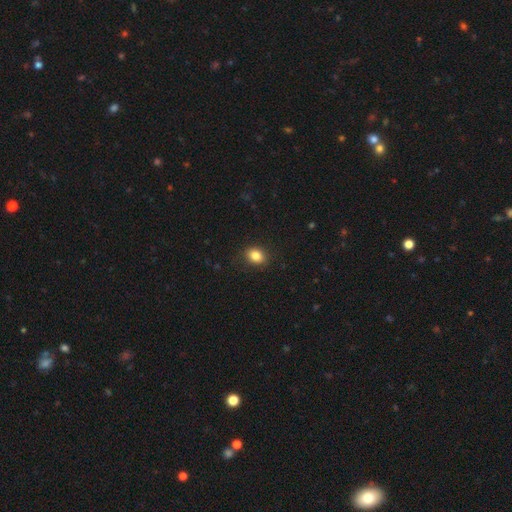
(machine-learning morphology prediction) Overall: smooth (84%). How rounded: in between (53%; round 46%). Merging: none (87%).